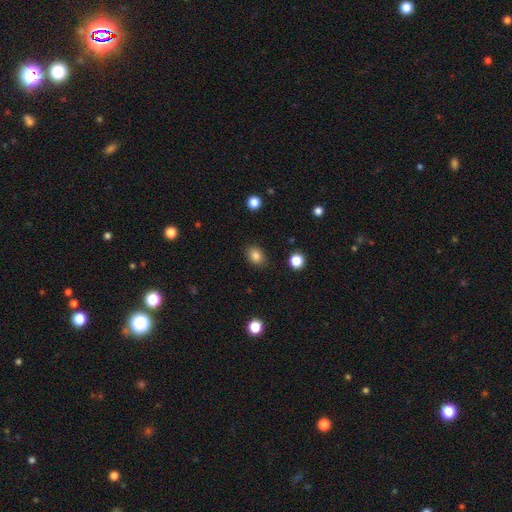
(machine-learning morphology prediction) This is clearly a smooth galaxy (84%). How rounded: possibly in between (55%). Merging: clearly none (86%).